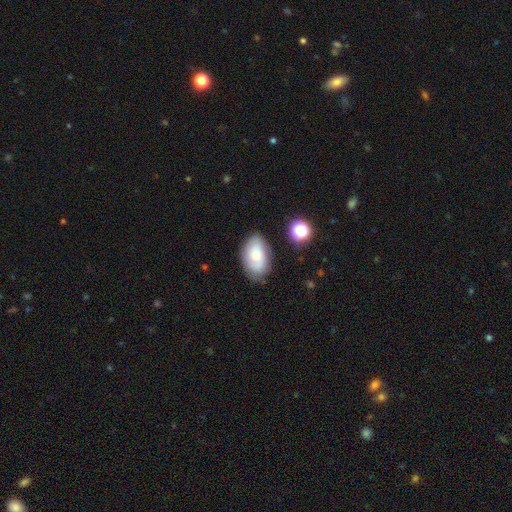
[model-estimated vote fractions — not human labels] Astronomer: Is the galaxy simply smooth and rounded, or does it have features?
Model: smooth — 56% (runner-up: featured or disk, 35%).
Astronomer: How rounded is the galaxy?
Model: in between — 90%.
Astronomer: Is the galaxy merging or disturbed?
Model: none — 71%.